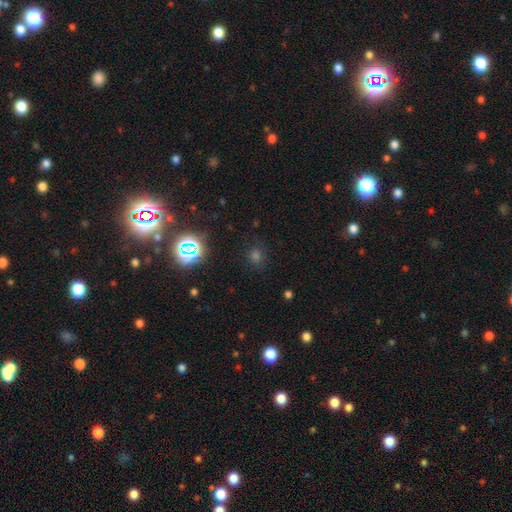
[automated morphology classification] Smooth or featured? smooth (52%)
How rounded? round (83%)
Merging? none (84%)